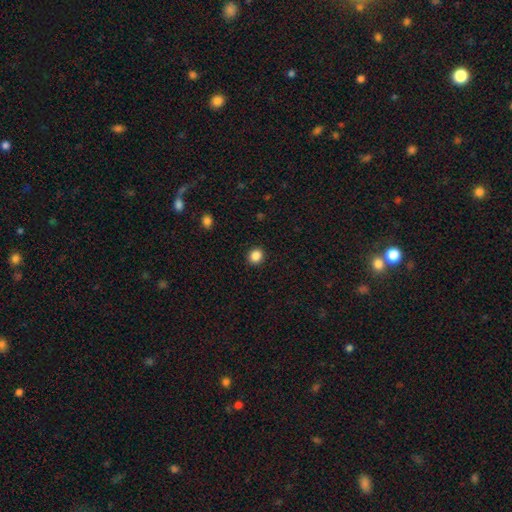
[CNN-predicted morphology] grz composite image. It shows a smooth galaxy with no disk features (86%) that is round (80%). Merging: none (91%).